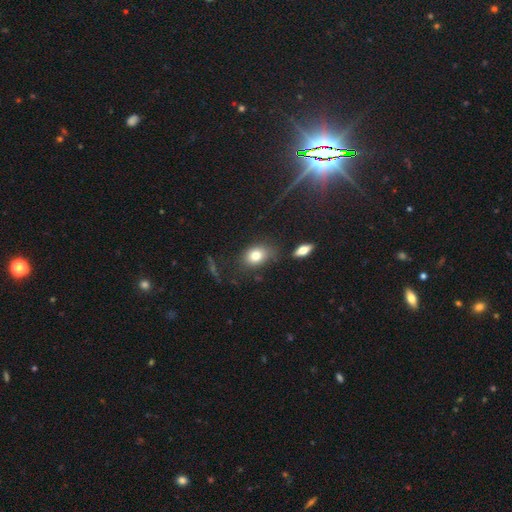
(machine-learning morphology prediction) Q: Smooth or featured?
A: smooth (79%); runner-up: featured or disk (12%)
Q: How rounded?
A: in between (71%); runner-up: round (27%)
Q: Merging?
A: none (68%); runner-up: minor disturbance (19%)